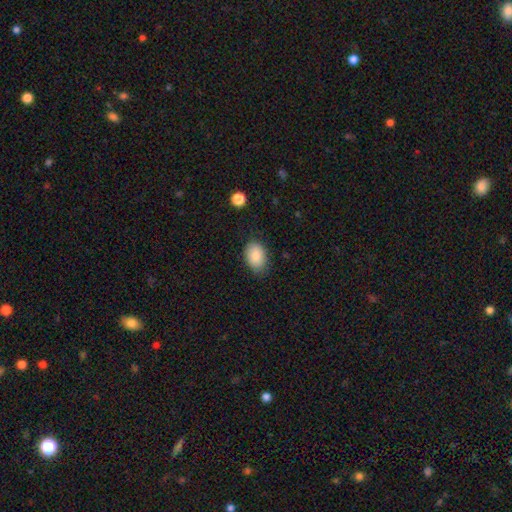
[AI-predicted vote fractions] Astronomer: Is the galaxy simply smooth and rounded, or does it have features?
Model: smooth — 88%.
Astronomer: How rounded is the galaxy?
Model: in between — 85%.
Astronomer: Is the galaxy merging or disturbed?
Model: none — 79%.